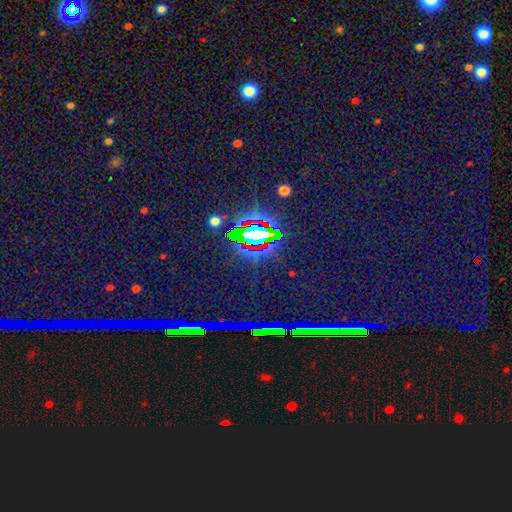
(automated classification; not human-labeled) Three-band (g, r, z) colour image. It shows a star or artifact, not a galaxy (81%).